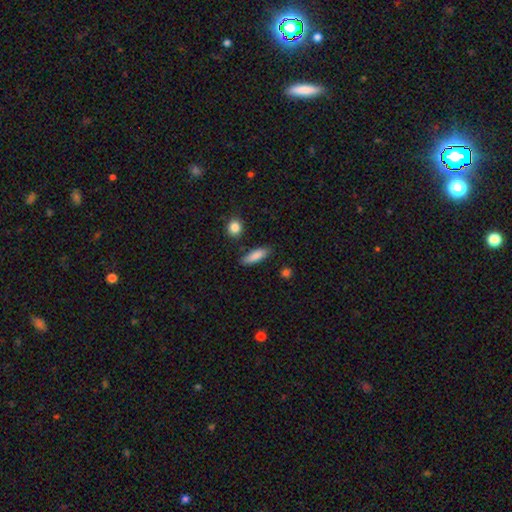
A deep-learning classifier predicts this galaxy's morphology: A smooth galaxy with no disk features (85%) that is in between round and cigar-shaped (51%). Merging: none (84%).